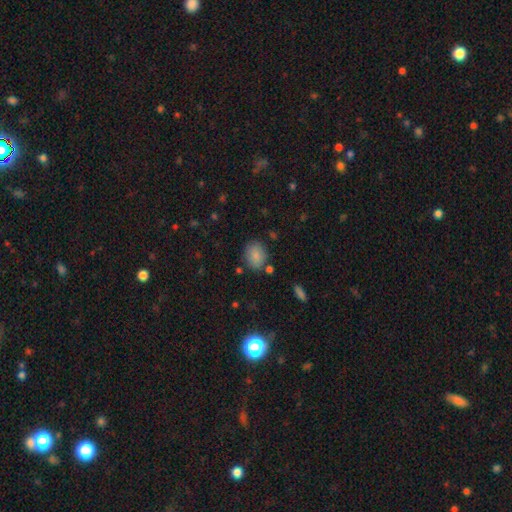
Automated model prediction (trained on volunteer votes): smooth 84%, star or artifact 8%, featured or disk 7%. Down the decision tree: how rounded — in between (54%); merging — none (76%).